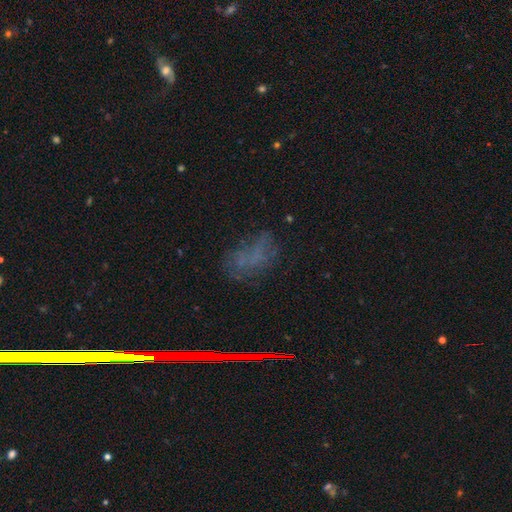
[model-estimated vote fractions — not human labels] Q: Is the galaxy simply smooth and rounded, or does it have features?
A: featured or disk — 36%.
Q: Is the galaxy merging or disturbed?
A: none — 49%.